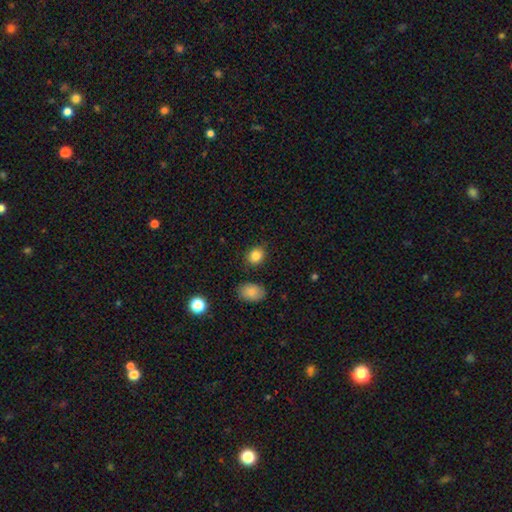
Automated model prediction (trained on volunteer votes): Smooth or featured? smooth (84%)
How rounded? round (60%)
Merging? none (83%)